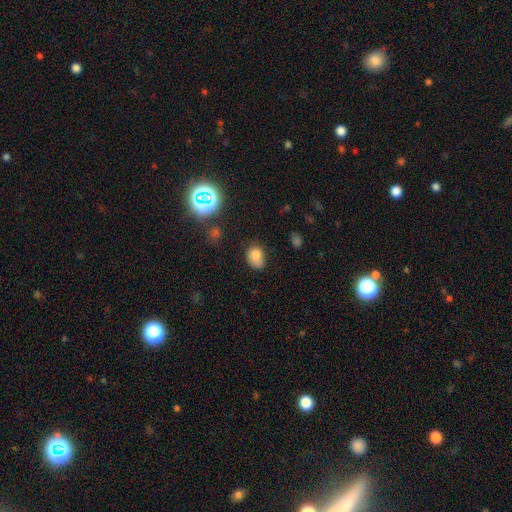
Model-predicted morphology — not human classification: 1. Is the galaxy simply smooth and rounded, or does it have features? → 77% smooth, 16% star or artifact, 8% featured or disk.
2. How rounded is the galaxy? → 70% in between, 29% round, 1% cigar-shaped.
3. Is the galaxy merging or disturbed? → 54% none, 31% minor disturbance, 10% major disturbance, 5% merger.